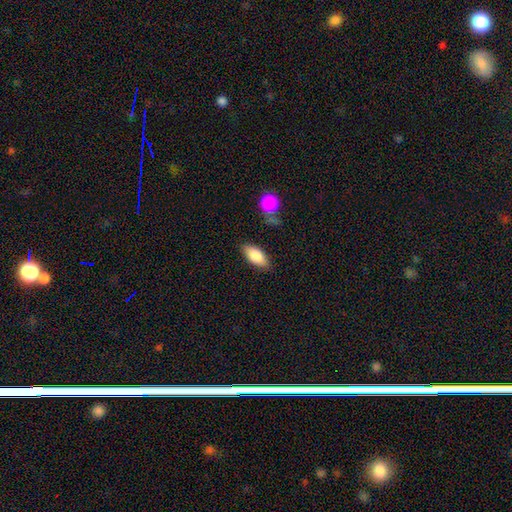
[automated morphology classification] A smooth galaxy with no disk features (83%) that is in between round and cigar-shaped (88%).

Vote fractions:
- Smooth or featured? smooth: 83% / featured or disk: 11% / star or artifact: 6%
- How rounded? in between: 88% / cigar-shaped: 10% / round: 3%
- Merging? none: 80% / minor disturbance: 13% / merger: 4% / major disturbance: 3%